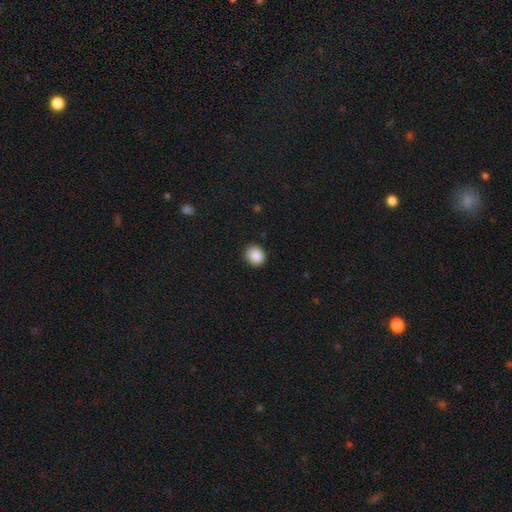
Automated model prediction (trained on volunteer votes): Morphology: type=smooth (88%); roundness=round (71%); merging=none (87%).